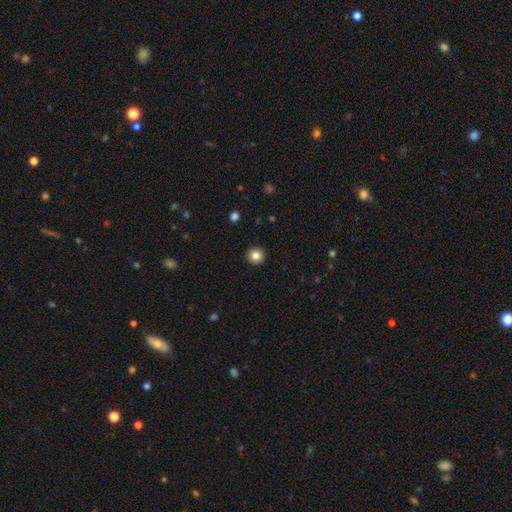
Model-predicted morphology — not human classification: Smooth or featured: smooth — 83% (star or artifact — 10%)
How rounded: round — 94% (in between — 5%)
Merging: none — 93% (minor disturbance — 4%)